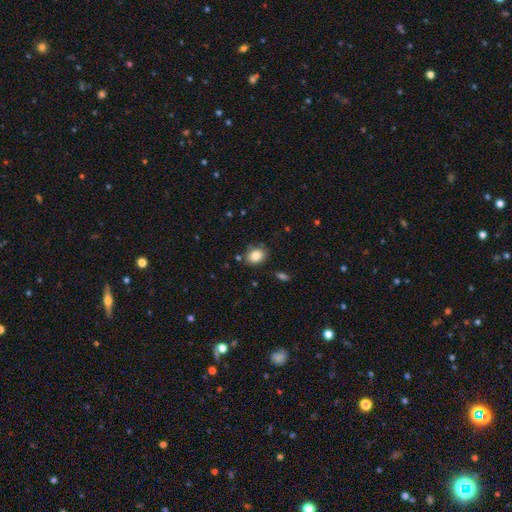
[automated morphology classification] The model was most divided on "how rounded": round: 50%, in between: 49%, cigar-shaped: 1%. More confident: smooth or featured — smooth (84%); merging — none (80%).